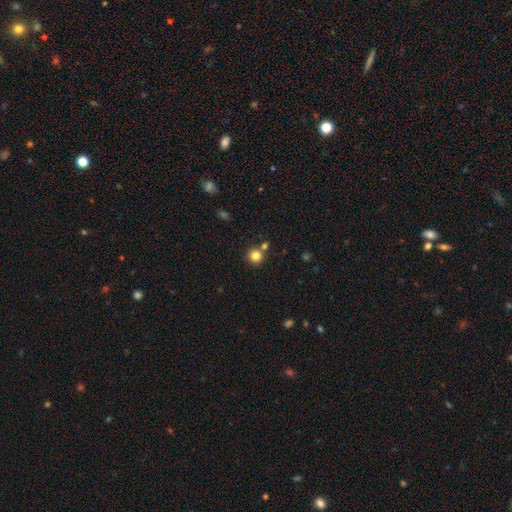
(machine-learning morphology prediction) This appears to be a smooth galaxy with no disk features (81%) that is round (93%). Merging: none (75%).